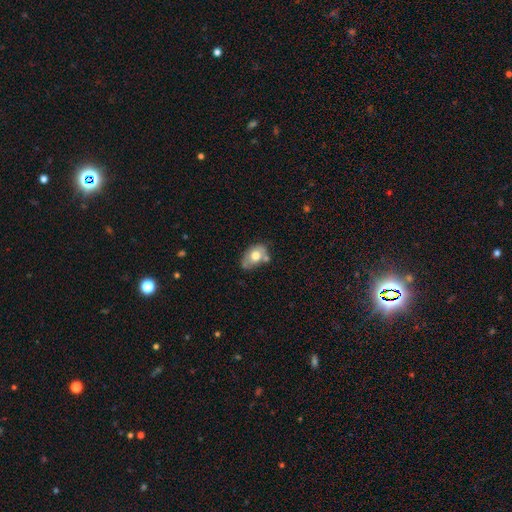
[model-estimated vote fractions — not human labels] Overall: smooth (62%; featured or disk 31%). How rounded: in between (82%). Merging: none (48%; minor disturbance 26%).